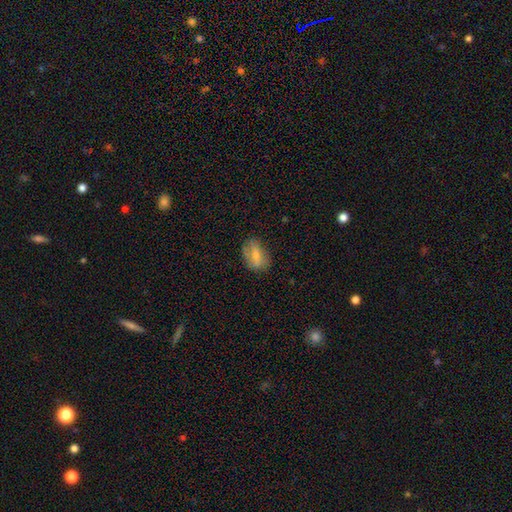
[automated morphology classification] A smooth galaxy with no disk features (63%) that is in between round and cigar-shaped (83%). Merging: none (65%).